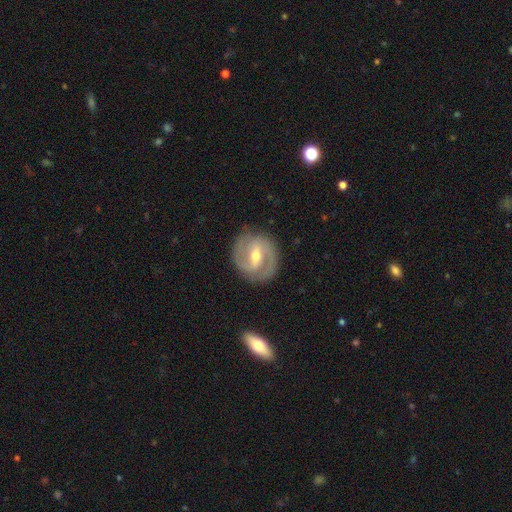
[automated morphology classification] Smooth or featured: featured or disk — 83% (smooth — 12%)
Edge-on disk: no — 97% (yes — 3%)
Bar: strong — 45% (weak — 43%)
Spiral arms: yes — 90% (no — 10%)
Spiral winding: medium — 48% (tight — 38%)
Spiral arm count: 2 — 88% (can't tell — 5%)
Bulge size: moderate — 62% (small — 34%)
Merging: none — 84% (minor disturbance — 11%)